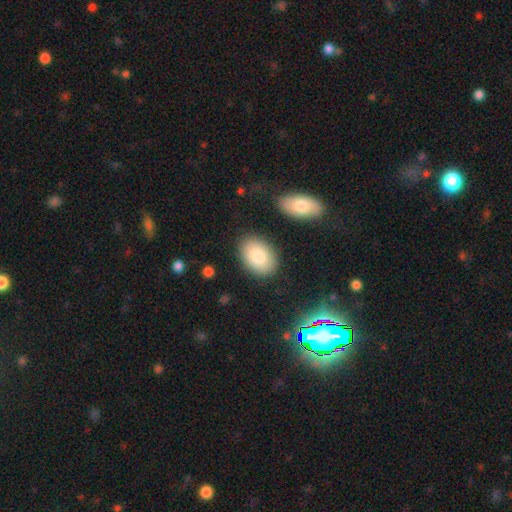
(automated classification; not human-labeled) A smooth galaxy with no disk features (83%) that is in between round and cigar-shaped (85%). Merging: none (84%).